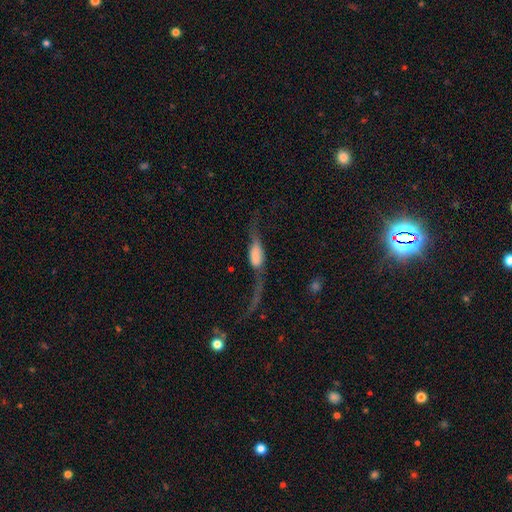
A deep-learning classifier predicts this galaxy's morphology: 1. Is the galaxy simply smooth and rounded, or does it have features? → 49% featured or disk, 42% smooth, 9% star or artifact.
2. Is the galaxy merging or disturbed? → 48% major disturbance, 25% none, 19% minor disturbance, 8% merger.